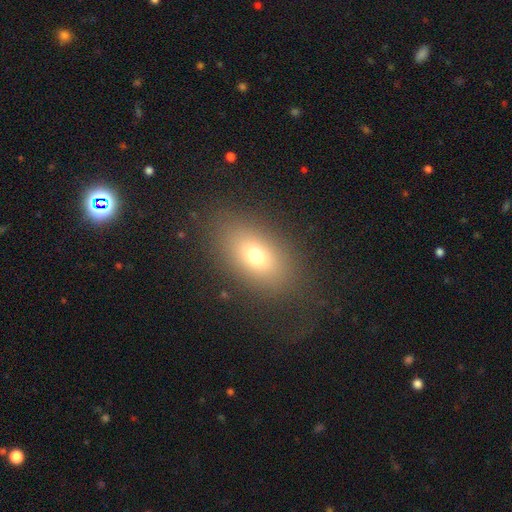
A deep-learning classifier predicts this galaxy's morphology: Smooth or featured? smooth (69%)
How rounded? in between (81%)
Merging? none (80%)